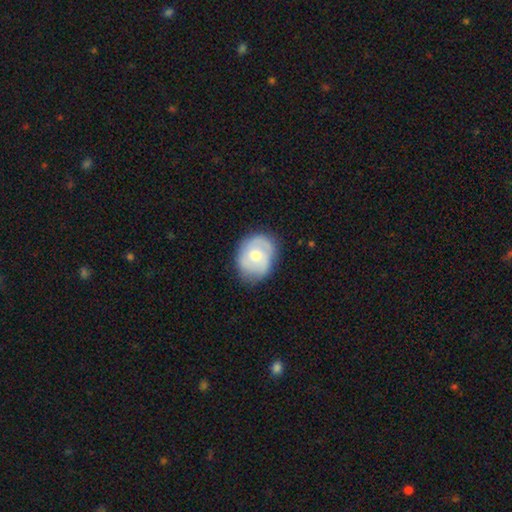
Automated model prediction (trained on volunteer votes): Smooth or featured? featured or disk (50%)
Edge-on disk? no (96%)
Merging? none (70%)